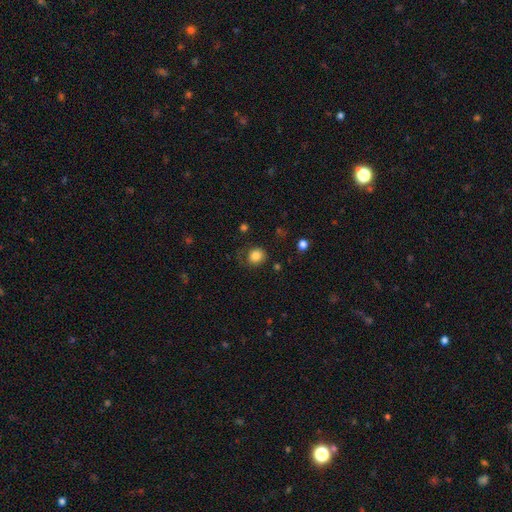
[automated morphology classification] This appears to be a smooth galaxy with no disk features (82%) that is round (77%). Merging: none (67%).